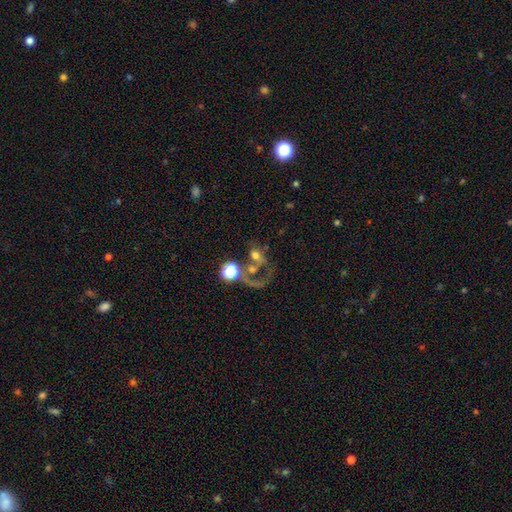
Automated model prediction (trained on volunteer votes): Smooth or featured? featured or disk (43%)
Merging? merger (41%)